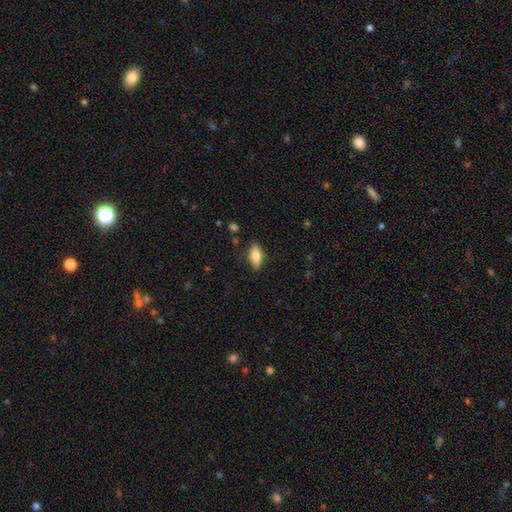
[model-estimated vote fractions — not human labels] Smooth or featured: smooth — 77% (featured or disk — 16%)
How rounded: in between — 77% (cigar-shaped — 20%)
Merging: none — 84% (minor disturbance — 12%)